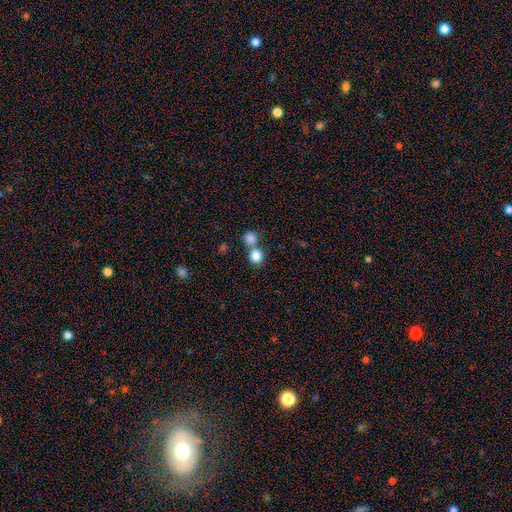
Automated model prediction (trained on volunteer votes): Smooth or featured? smooth (84%)
How rounded? round (87%)
Merging? none (53%)